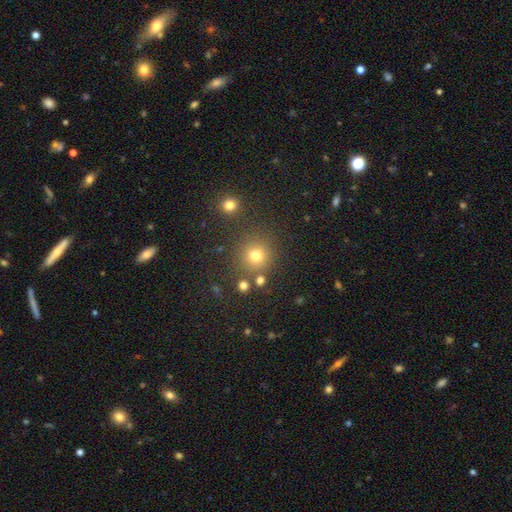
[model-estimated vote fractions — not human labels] Q: Smooth or featured?
A: smooth (74%); runner-up: star or artifact (19%)
Q: How rounded?
A: round (91%); runner-up: in between (8%)
Q: Merging?
A: none (79%); runner-up: minor disturbance (9%)